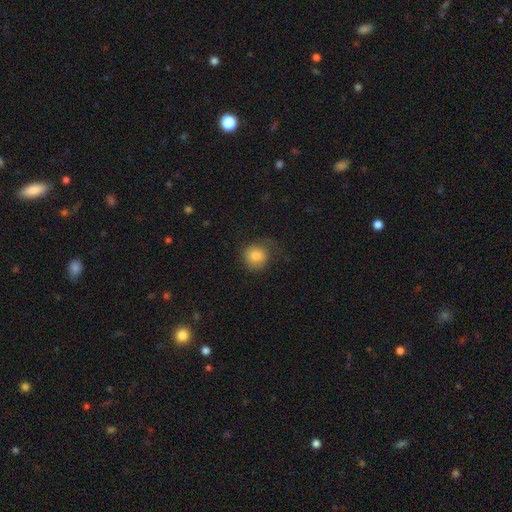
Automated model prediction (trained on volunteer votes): Smooth or featured? Predicted: smooth (p=0.80). How rounded? Predicted: round (p=0.83). Merging? Predicted: none (p=0.58).